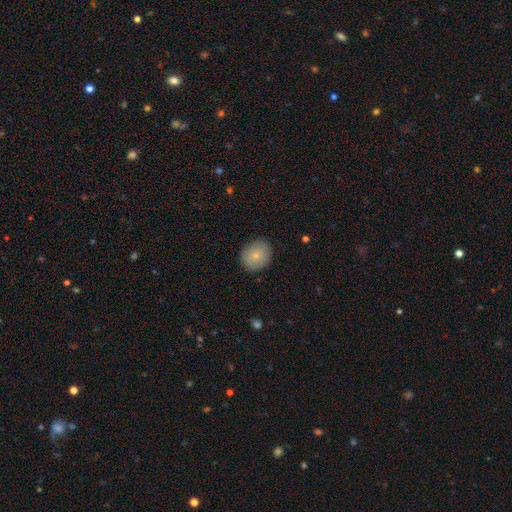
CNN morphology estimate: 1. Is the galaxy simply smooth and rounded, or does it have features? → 78% smooth, 14% featured or disk, 8% star or artifact.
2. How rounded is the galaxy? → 70% round, 29% in between, 1% cigar-shaped.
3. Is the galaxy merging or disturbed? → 85% none, 11% minor disturbance, 3% major disturbance, 1% merger.